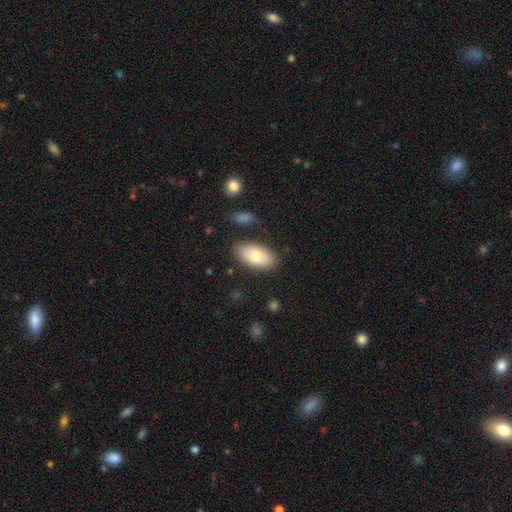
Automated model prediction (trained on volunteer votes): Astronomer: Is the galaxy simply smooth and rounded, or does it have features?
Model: smooth — 68%.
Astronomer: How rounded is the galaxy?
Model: in between — 94%.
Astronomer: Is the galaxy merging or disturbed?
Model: none — 80%.